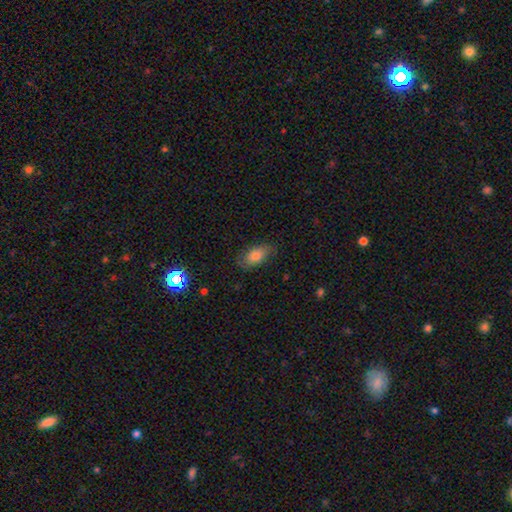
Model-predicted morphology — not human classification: Q: Smooth or featured?
A: smooth (76%); runner-up: featured or disk (16%)
Q: How rounded?
A: in between (91%); runner-up: round (5%)
Q: Merging?
A: none (77%); runner-up: minor disturbance (18%)